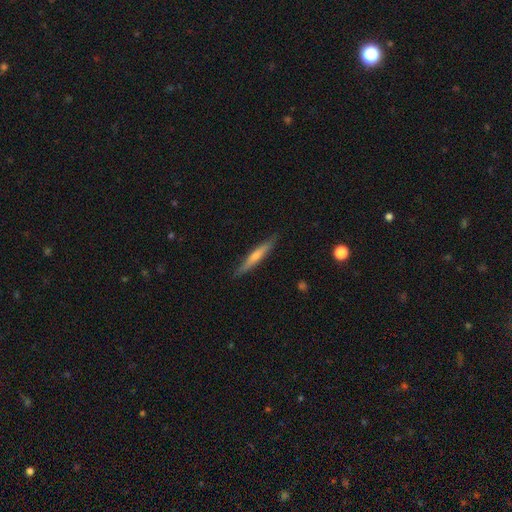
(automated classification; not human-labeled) Smooth or featured: featured or disk — 59% (smooth — 34%)
Edge-on disk: yes — 95% (no — 5%)
Edge-on bulge: rounded — 71% (none — 24%)
Merging: none — 89% (minor disturbance — 8%)